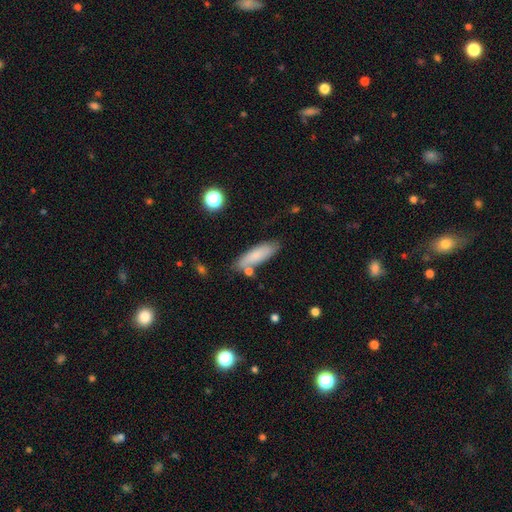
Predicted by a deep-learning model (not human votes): Smooth or featured? Predicted: smooth (p=0.79). How rounded? Predicted: cigar-shaped (p=0.52). Merging? Predicted: none (p=0.71).